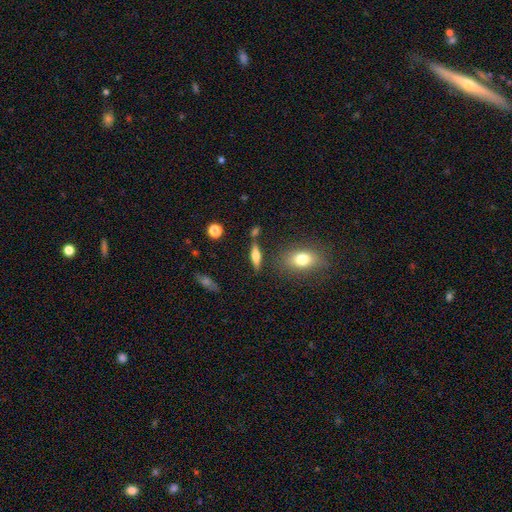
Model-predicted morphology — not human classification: Smooth or featured? smooth (49%)
Merging? none (75%)